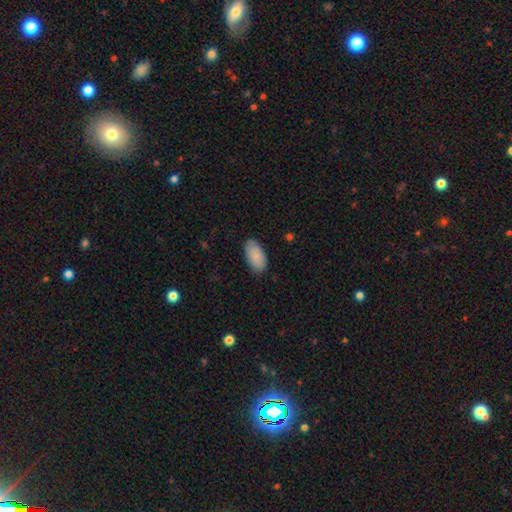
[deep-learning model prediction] Smooth or featured? Predicted: smooth (p=0.87). How rounded? Predicted: in between (p=0.95). Merging? Predicted: none (p=0.82).